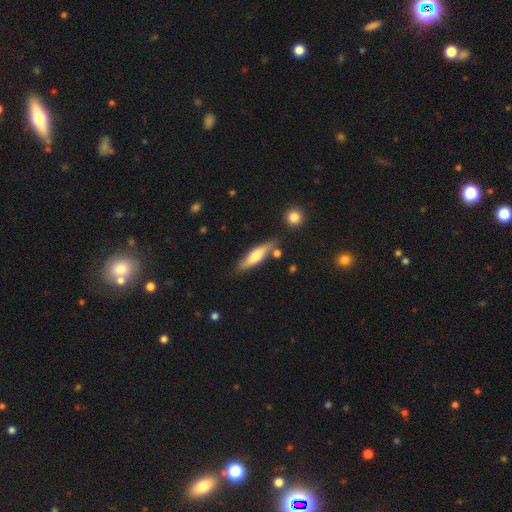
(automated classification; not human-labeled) smooth-or-featured: smooth: 54% | featured or disk: 40% | star or artifact: 6%
  how-rounded: cigar-shaped: 69% | in between: 29% | round: 2%
  merging: none: 74% | minor disturbance: 15% | merger: 7% | major disturbance: 3%